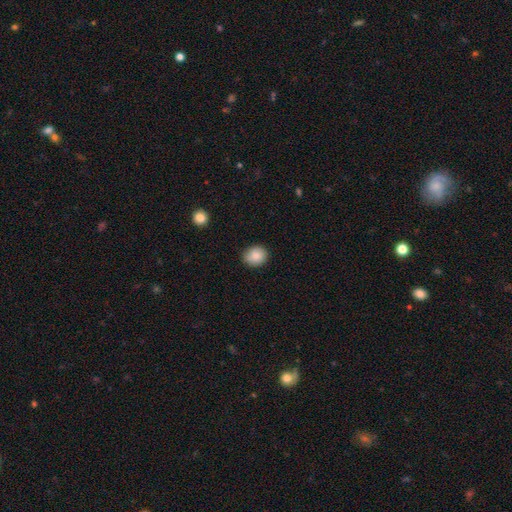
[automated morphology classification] Q: Smooth or featured?
A: smooth (87%); runner-up: star or artifact (8%)
Q: How rounded?
A: round (72%); runner-up: in between (27%)
Q: Merging?
A: none (85%); runner-up: minor disturbance (11%)